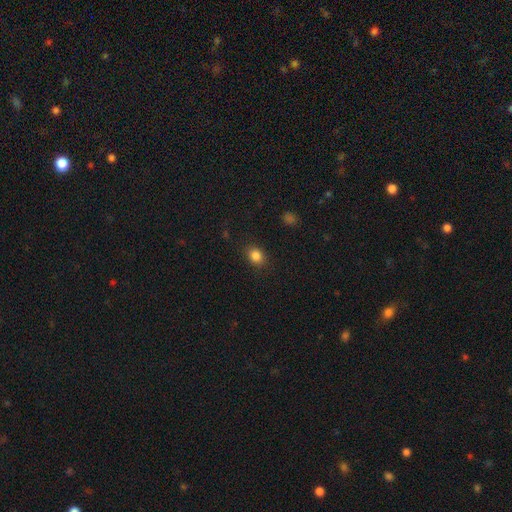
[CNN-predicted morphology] This appears to be a smooth galaxy with no disk features (85%) that is round (51%). Merging: none (87%).